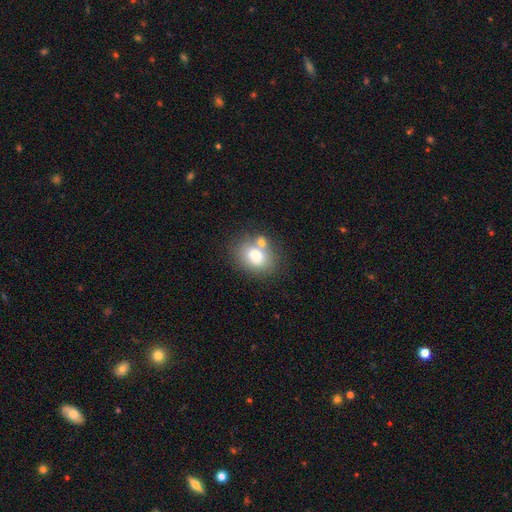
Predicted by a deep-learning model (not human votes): smooth 79%, featured or disk 13%, star or artifact 9%. Down the decision tree: how rounded — in between (64%); merging — none (56%).